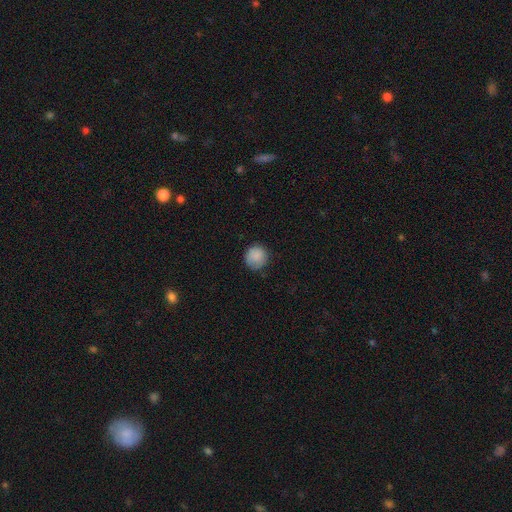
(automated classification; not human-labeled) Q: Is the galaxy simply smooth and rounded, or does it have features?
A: smooth — 87%.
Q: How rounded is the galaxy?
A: round — 93%.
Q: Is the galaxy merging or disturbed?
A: none — 80%.